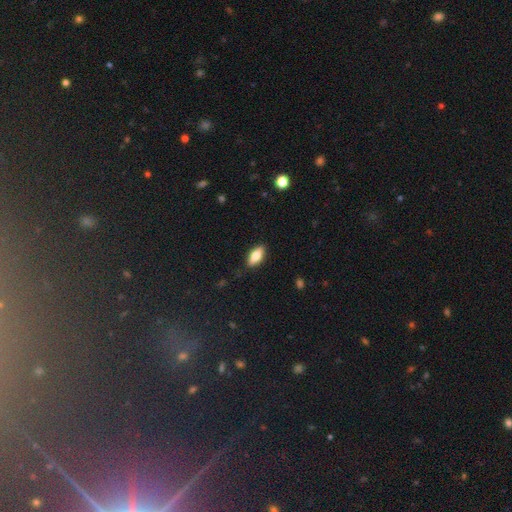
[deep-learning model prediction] Smooth or featured?
  - smooth: 69% *
  - featured or disk: 24%
  - star or artifact: 7%
How rounded?
  - in between: 79% *
  - cigar-shaped: 19%
  - round: 3%
Merging?
  - none: 86% *
  - minor disturbance: 11%
  - major disturbance: 2%
  - merger: 1%